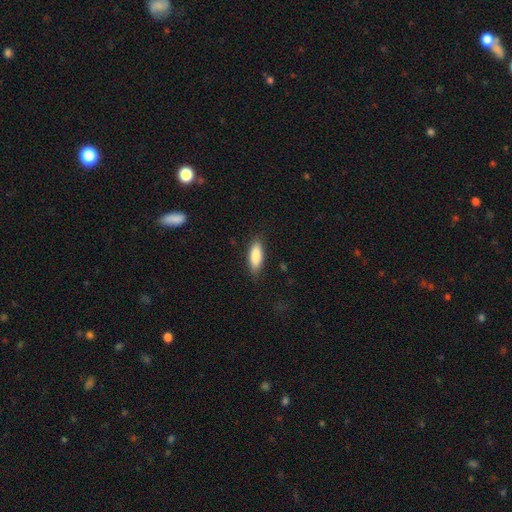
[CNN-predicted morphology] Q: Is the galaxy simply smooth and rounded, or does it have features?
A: smooth — 86%.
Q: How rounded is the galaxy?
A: in between — 68%.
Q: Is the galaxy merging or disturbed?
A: none — 84%.